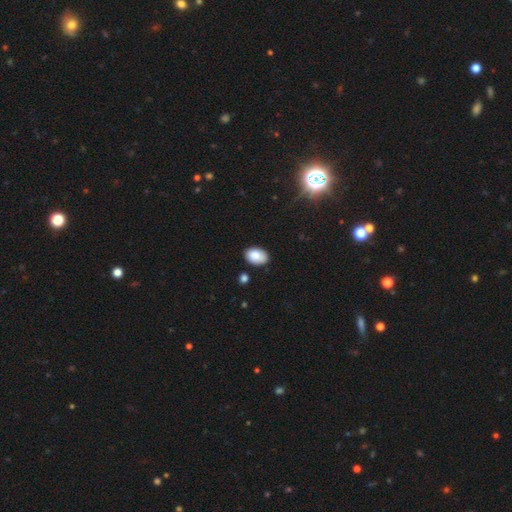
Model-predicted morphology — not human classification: This is clearly a smooth galaxy (84%). How rounded: clearly in between (87%). Merging: clearly none (83%).